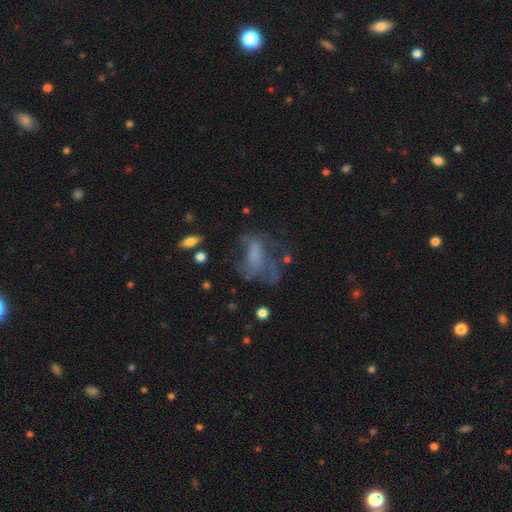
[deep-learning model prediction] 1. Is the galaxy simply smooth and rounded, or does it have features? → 51% featured or disk, 33% smooth, 16% star or artifact.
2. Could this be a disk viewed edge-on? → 95% no, 5% yes.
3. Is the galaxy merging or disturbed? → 39% major disturbance, 36% none, 20% minor disturbance, 5% merger.